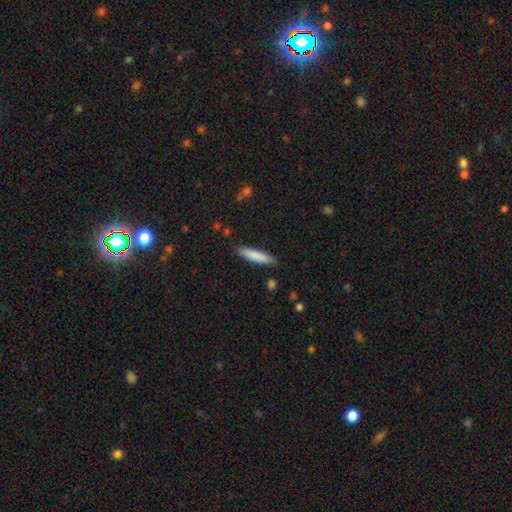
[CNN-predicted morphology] This appears to be a smooth galaxy with no disk features (82%) that is cigar-shaped (86%). Merging: none (87%).